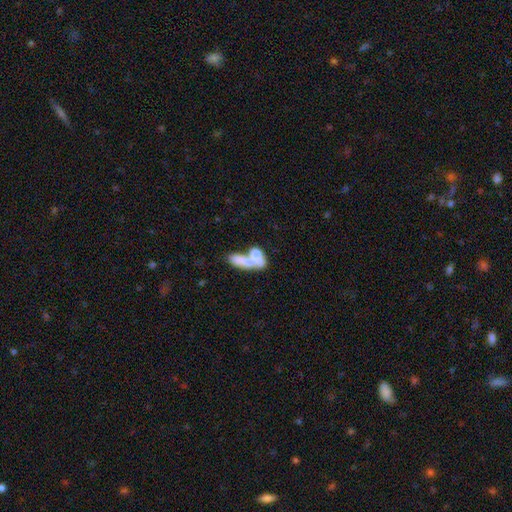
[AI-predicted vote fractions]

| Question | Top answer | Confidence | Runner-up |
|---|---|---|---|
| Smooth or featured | smooth | 62% | featured or disk (30%) |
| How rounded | in between | 72% | cigar-shaped (19%) |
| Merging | merger | 66% | none (16%) |